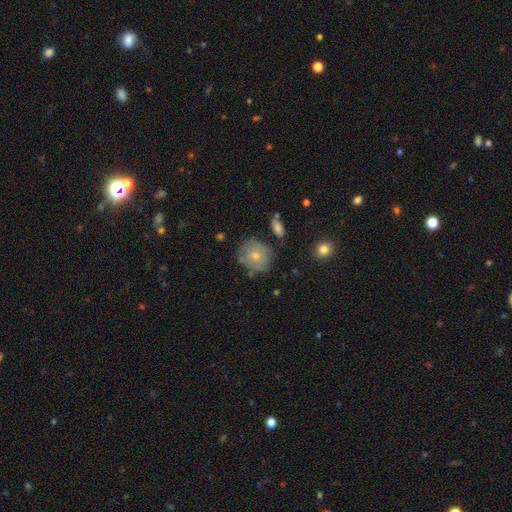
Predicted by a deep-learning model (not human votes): smooth 69%, featured or disk 24%, star or artifact 8%. Down the decision tree: how rounded — round (82%); merging — none (68%).